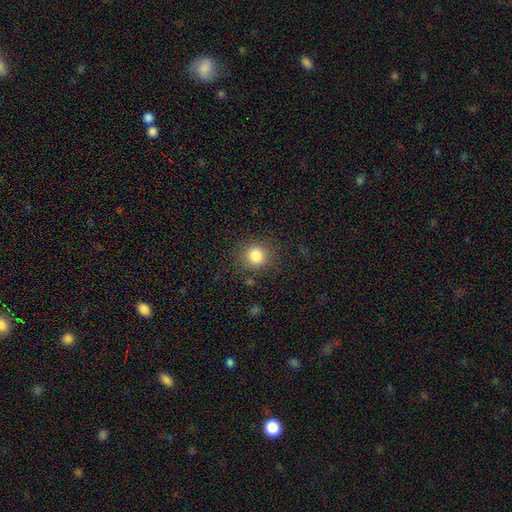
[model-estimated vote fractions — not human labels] A smooth galaxy with no disk features (83%) that is round (86%). Merging: none (84%).